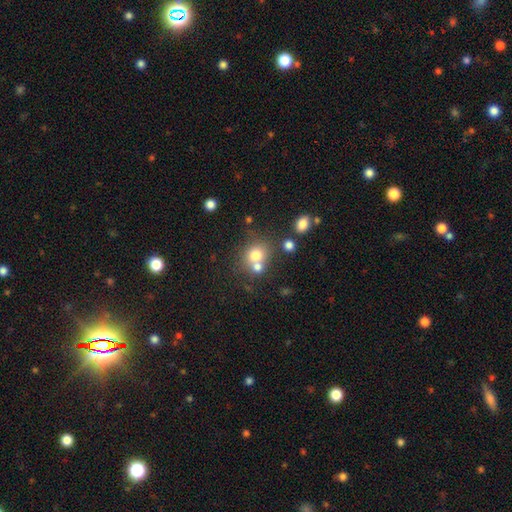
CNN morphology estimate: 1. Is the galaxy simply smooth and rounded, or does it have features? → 74% smooth, 13% star or artifact, 13% featured or disk.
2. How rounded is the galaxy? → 77% round, 22% in between, 1% cigar-shaped.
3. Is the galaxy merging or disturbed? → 46% none, 40% merger, 9% minor disturbance, 4% major disturbance.